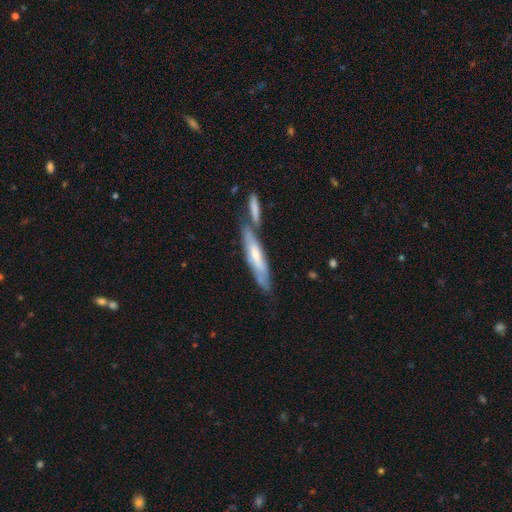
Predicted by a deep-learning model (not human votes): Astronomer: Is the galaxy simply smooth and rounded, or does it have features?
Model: featured or disk — 51% (runner-up: smooth, 44%).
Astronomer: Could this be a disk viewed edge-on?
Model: yes — 64%.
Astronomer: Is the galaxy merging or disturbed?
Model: none — 46% (runner-up: merger, 35%).